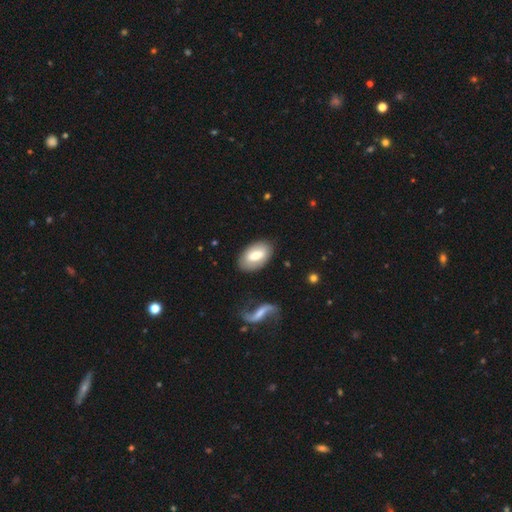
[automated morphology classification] Q: Smooth or featured?
A: smooth (57%); runner-up: featured or disk (35%)
Q: How rounded?
A: in between (91%); runner-up: round (6%)
Q: Merging?
A: none (81%); runner-up: minor disturbance (13%)